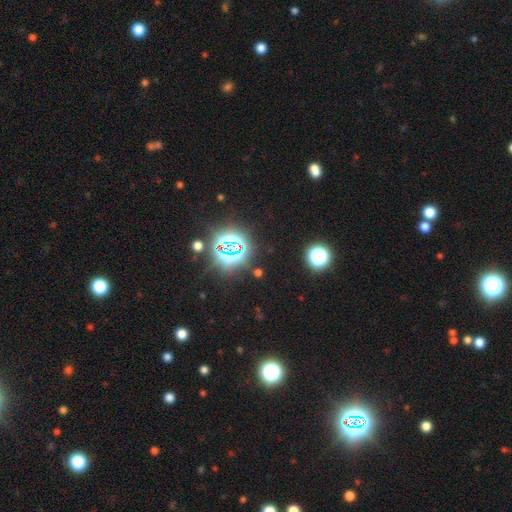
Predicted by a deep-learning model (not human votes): Smooth or featured?
  - star or artifact: 77% *
  - smooth: 17%
  - featured or disk: 6%